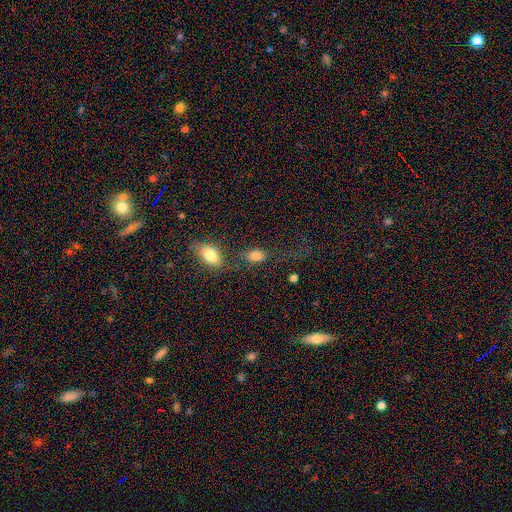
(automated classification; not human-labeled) This appears to be a smooth galaxy with no disk features (81%) that is in between round and cigar-shaped (84%). Merging: none (49%).